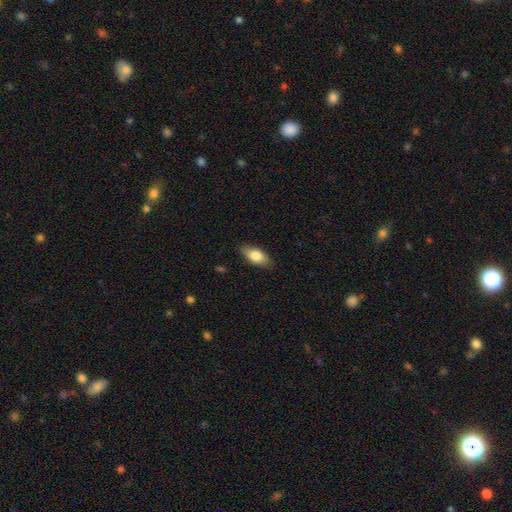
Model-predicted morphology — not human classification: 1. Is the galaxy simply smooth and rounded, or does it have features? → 80% smooth, 13% featured or disk, 6% star or artifact.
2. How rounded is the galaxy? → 90% in between, 7% cigar-shaped, 4% round.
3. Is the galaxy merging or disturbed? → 86% none, 11% minor disturbance, 2% major disturbance, 1% merger.